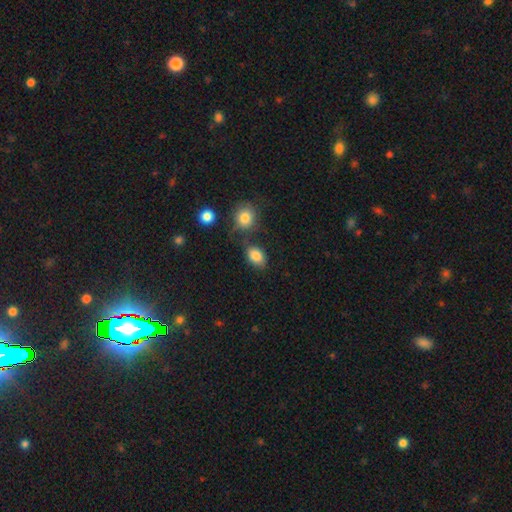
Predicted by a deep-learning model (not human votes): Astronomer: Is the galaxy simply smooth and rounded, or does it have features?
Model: smooth — 85%.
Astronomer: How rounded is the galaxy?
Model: in between — 77%.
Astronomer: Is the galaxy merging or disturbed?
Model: none — 67%.